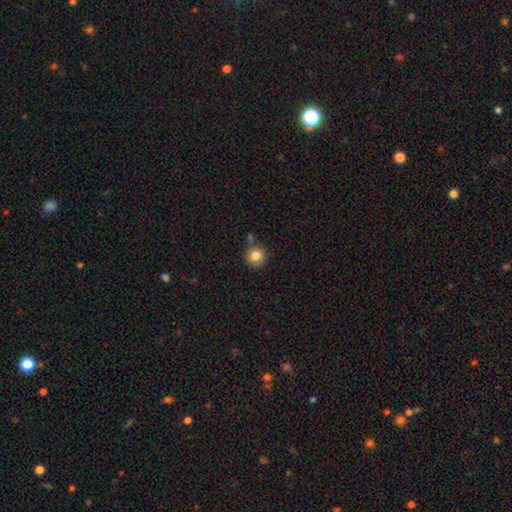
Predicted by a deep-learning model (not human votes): Overall: smooth (83%). How rounded: round (92%). Merging: none (77%).